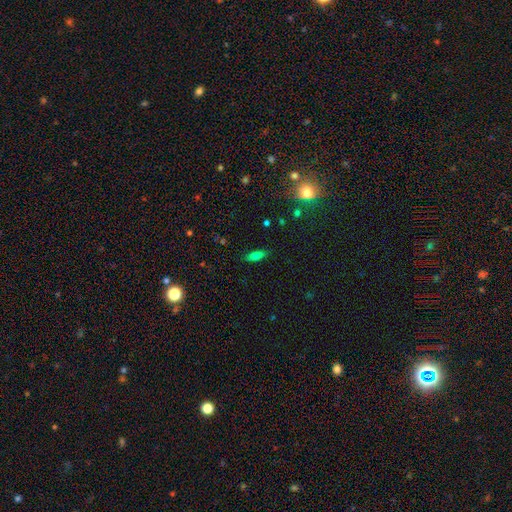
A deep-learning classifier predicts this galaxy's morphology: smooth-or-featured: smooth: 72% | featured or disk: 15% | star or artifact: 13%
  how-rounded: in between: 68% | cigar-shaped: 29% | round: 3%
  merging: none: 84% | minor disturbance: 12% | major disturbance: 3% | merger: 2%